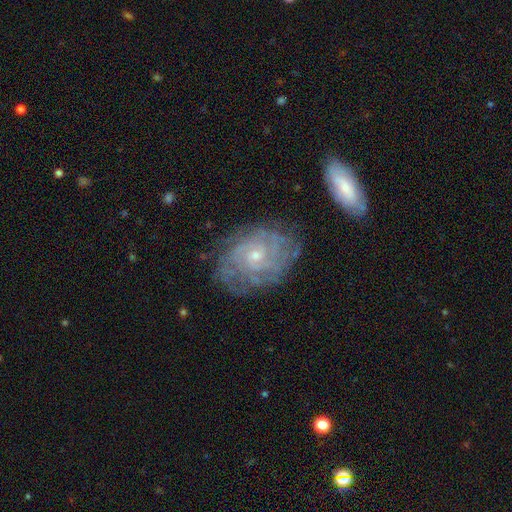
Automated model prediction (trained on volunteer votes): Morphology: type=featured or disk (83%); edge-on=no (97%); bar=no (73%); spiral arms=yes (93%); winding=tight (74%); arm count=can't tell (44%); bulge=small (70%); merging=none (72%).